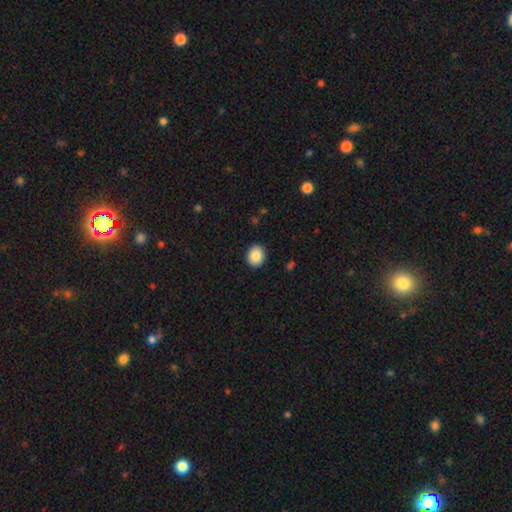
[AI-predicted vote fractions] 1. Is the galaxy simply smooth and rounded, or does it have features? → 87% smooth, 8% star or artifact, 5% featured or disk.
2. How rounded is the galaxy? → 58% round, 41% in between, 1% cigar-shaped.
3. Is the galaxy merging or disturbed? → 91% none, 7% minor disturbance, 2% major disturbance, 1% merger.